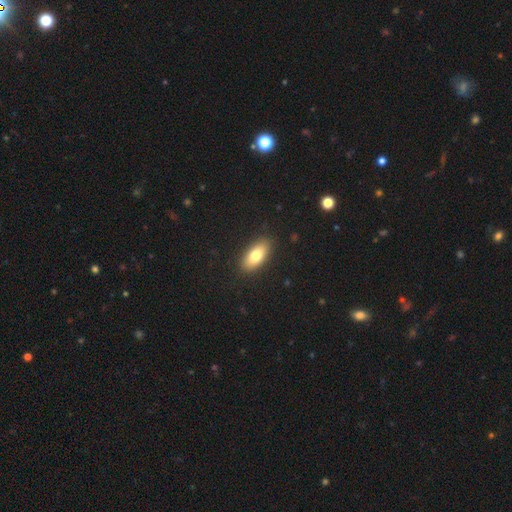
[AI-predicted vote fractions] A smooth galaxy with no disk features (76%) that is in between round and cigar-shaped (86%). Merging: none (89%).